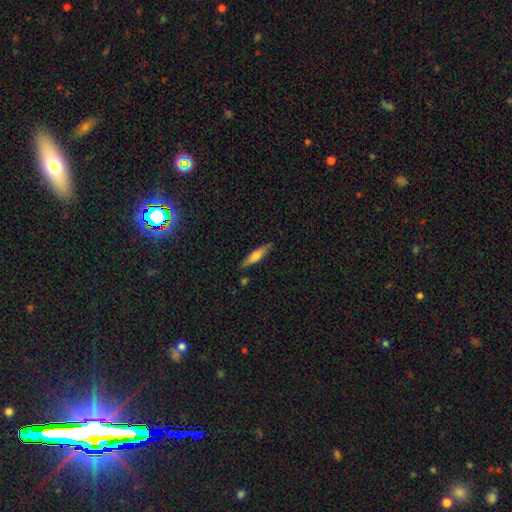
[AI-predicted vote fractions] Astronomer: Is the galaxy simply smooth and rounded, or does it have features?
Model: smooth — 54% (runner-up: featured or disk, 39%).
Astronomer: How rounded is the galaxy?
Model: cigar-shaped — 81%.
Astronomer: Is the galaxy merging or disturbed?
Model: none — 85%.